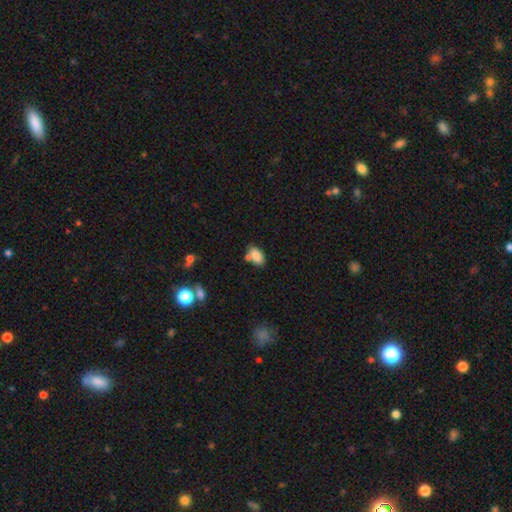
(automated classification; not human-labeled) Smooth or featured? smooth (82%)
How rounded? in between (91%)
Merging? none (58%)